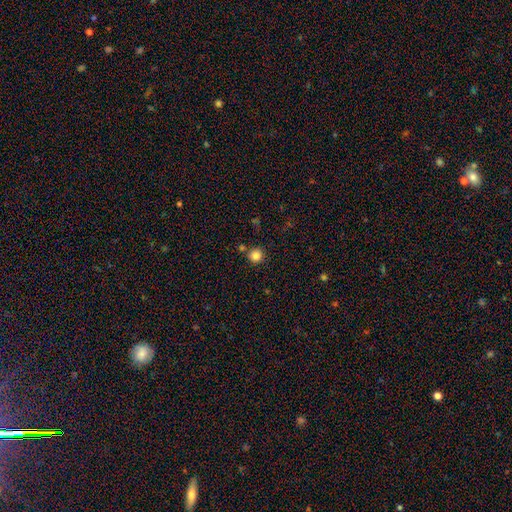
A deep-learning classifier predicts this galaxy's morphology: Overall: smooth (83%). How rounded: round (93%). Merging: none (81%).